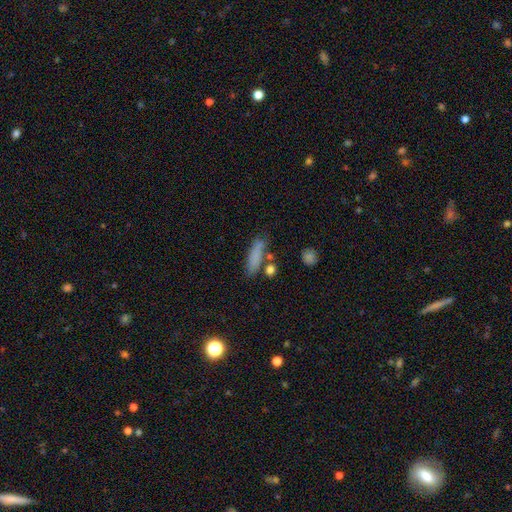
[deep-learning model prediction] A smooth galaxy with no disk features (77%) that is cigar-shaped (65%). Merging: none (68%).